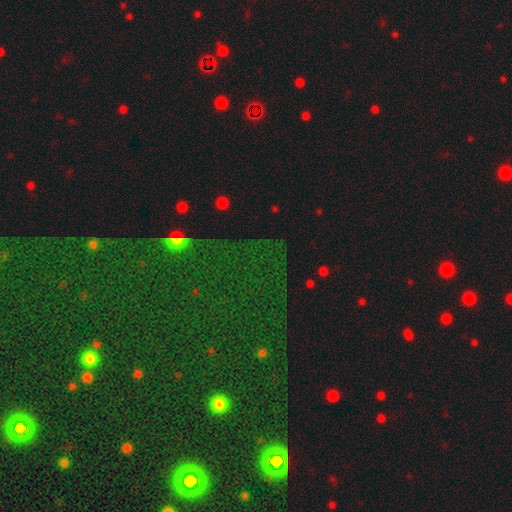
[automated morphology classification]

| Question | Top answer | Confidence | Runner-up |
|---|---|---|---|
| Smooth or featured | star or artifact | 78% | smooth (14%) |